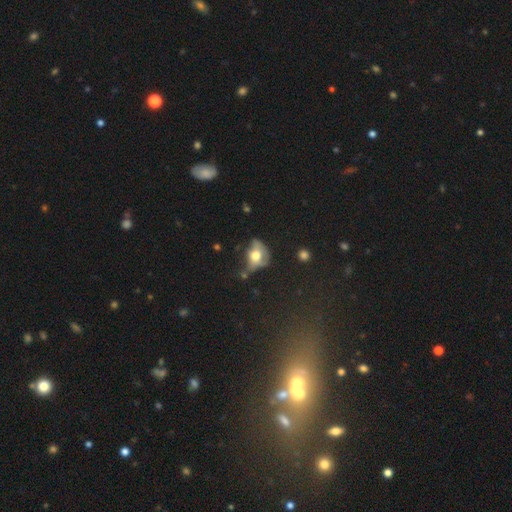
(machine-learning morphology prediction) This is possibly a smooth galaxy (56%). How rounded: likely in between (64%). Merging: marginally major disturbance (33%).